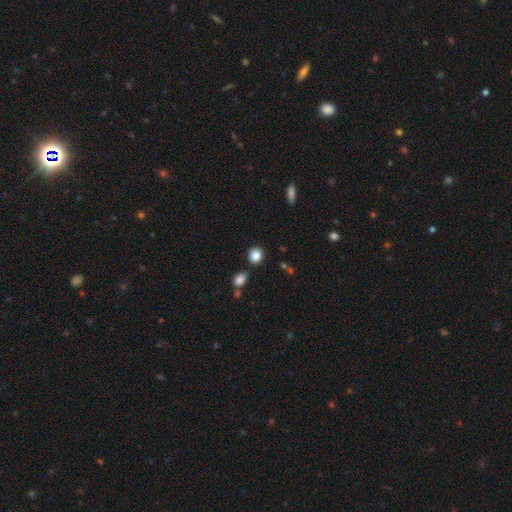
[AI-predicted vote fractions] A smooth galaxy with no disk features (85%) that is round (83%). Merging: none (81%).